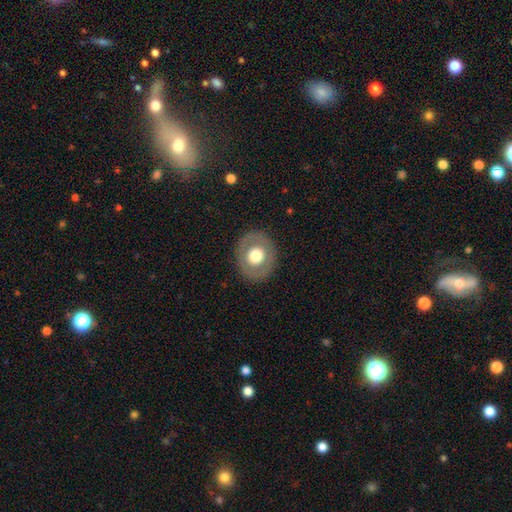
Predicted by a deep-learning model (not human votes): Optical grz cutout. It shows a smooth galaxy with no disk features (59%) that is round (74%). Merging: none (87%).